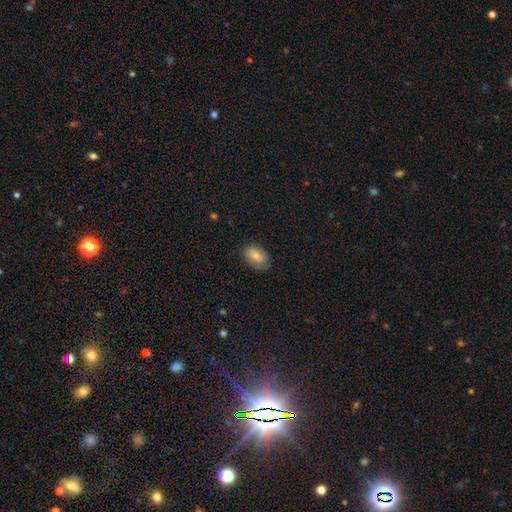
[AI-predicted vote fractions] This is likely a smooth galaxy (80%). How rounded: clearly in between (90%). Merging: clearly none (80%).